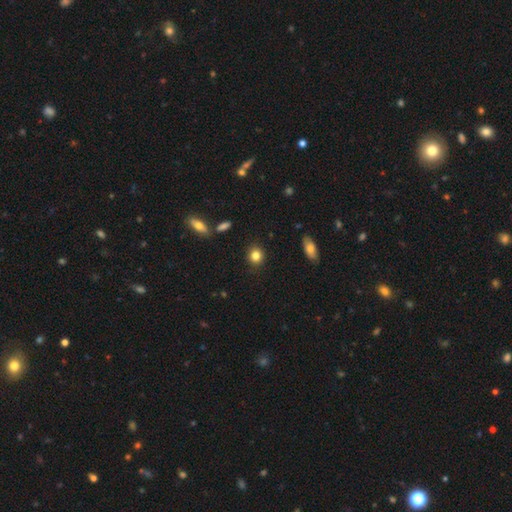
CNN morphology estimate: type=smooth (84%); roundness=round (80%); merging=none (89%).